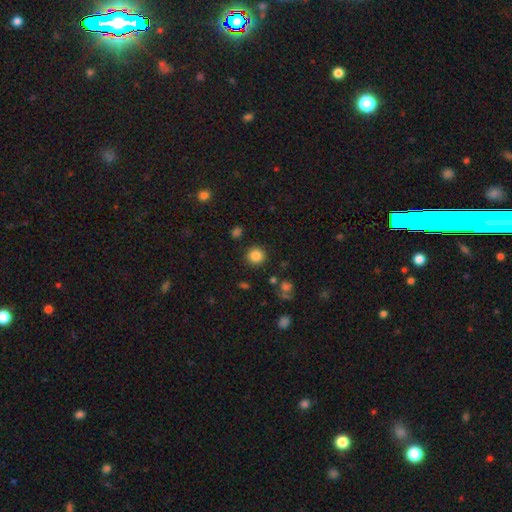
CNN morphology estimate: The model was most divided on "smooth or featured": smooth: 84%, star or artifact: 11%, featured or disk: 4%. More confident: how rounded — round (92%); merging — none (89%).